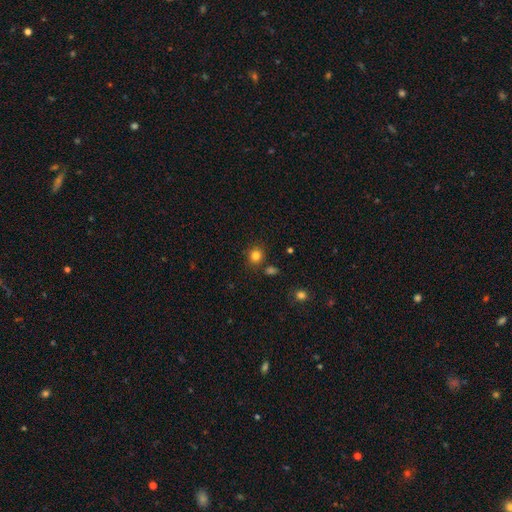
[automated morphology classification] type=smooth (83%); roundness=round (85%); merging=none (83%).